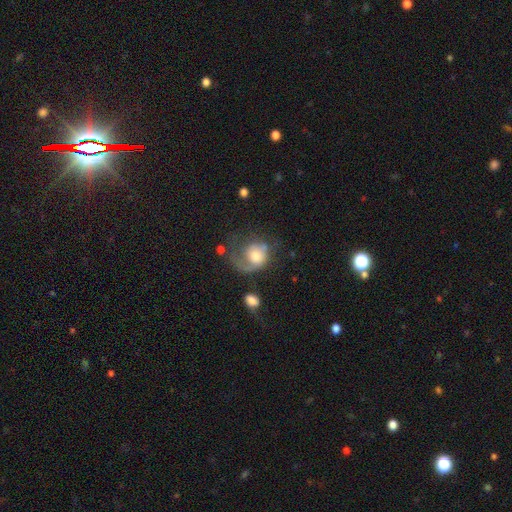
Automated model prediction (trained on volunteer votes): This is possibly a featured or disk galaxy (46%, tied with smooth). Merging: marginally major disturbance (43%).